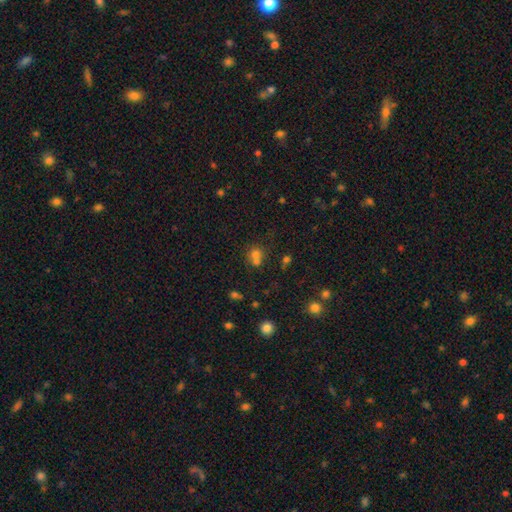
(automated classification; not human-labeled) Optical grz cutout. It shows a smooth galaxy with no disk features (69%) that is round (71%). Merging: merger (49%).